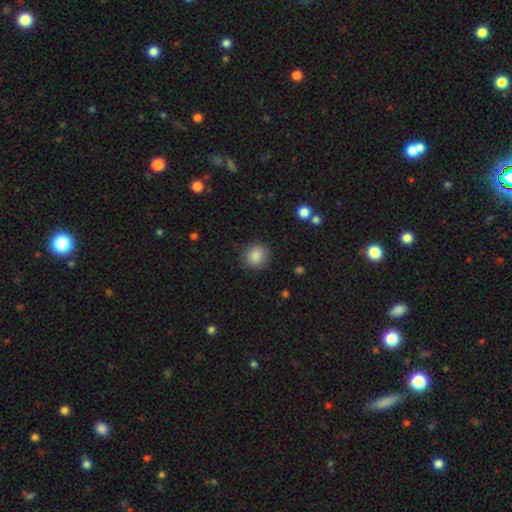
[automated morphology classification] type=smooth (86%); roundness=round (87%); merging=none (88%).